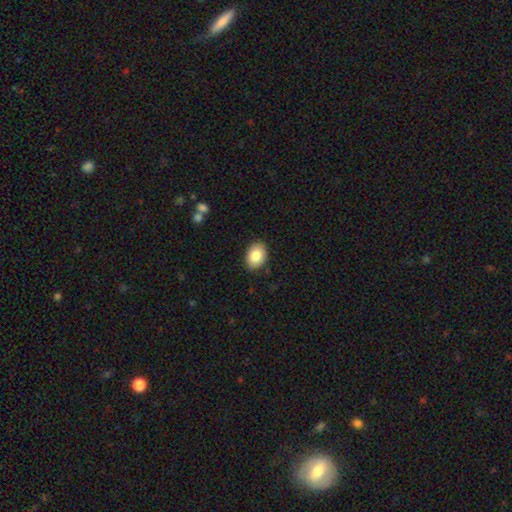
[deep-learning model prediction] The model was most divided on "how rounded": in between: 82%, round: 17%, cigar-shaped: 1%. More confident: merging — none (88%); smooth or featured — smooth (84%).